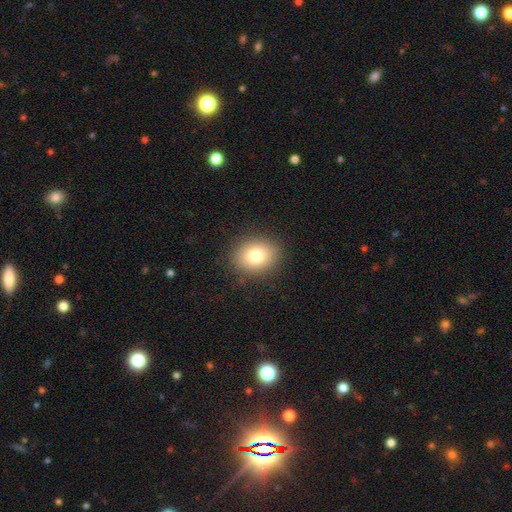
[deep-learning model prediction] Q: Smooth or featured?
A: smooth (79%); runner-up: star or artifact (11%)
Q: How rounded?
A: round (60%); runner-up: in between (39%)
Q: Merging?
A: none (88%); runner-up: minor disturbance (8%)